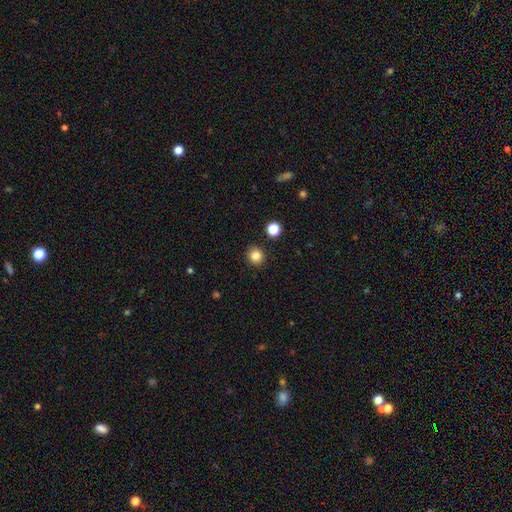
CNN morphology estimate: Smooth or featured? Predicted: smooth (p=0.84). How rounded? Predicted: round (p=0.91). Merging? Predicted: none (p=0.91).